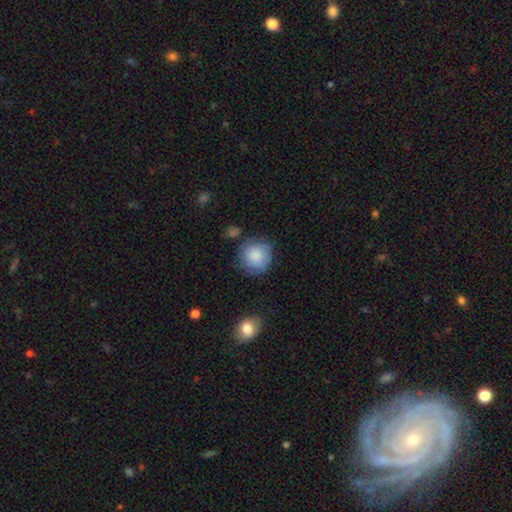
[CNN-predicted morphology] smooth-or-featured: smooth: 82% | featured or disk: 11% | star or artifact: 7%
  how-rounded: round: 90% | in between: 9% | cigar-shaped: 1%
  merging: none: 70% | minor disturbance: 20% | major disturbance: 6% | merger: 4%